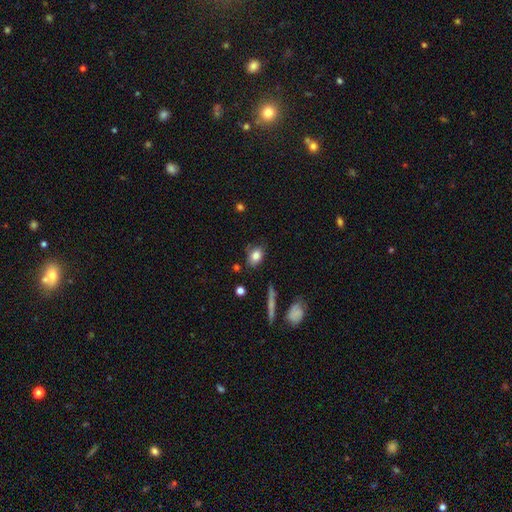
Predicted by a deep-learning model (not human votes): This appears to be a smooth galaxy with no disk features (82%) that is in between round and cigar-shaped (73%). Merging: none (74%).